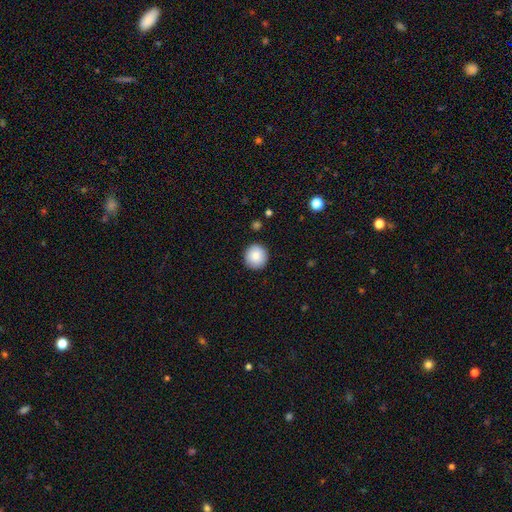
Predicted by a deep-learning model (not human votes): This appears to be a smooth galaxy with no disk features (86%) that is round (94%). Merging: none (91%).